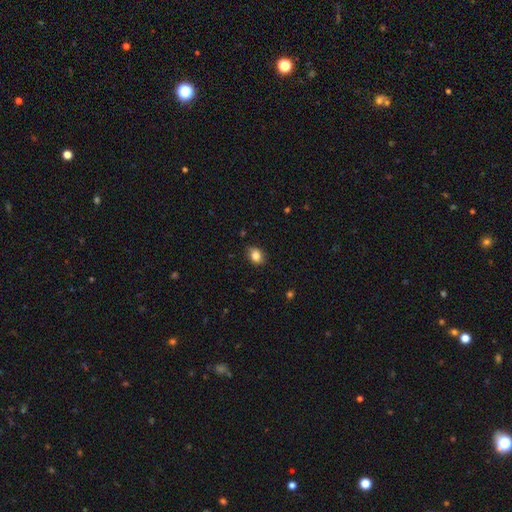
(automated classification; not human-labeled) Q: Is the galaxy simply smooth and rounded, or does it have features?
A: smooth — 85%.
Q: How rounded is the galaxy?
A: in between — 69%.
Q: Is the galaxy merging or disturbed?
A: none — 83%.